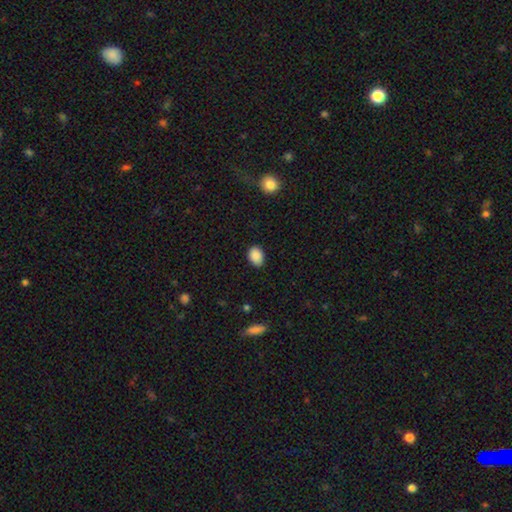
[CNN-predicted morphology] This appears to be a smooth galaxy with no disk features (88%) that is in between round and cigar-shaped (72%). Merging: none (84%).